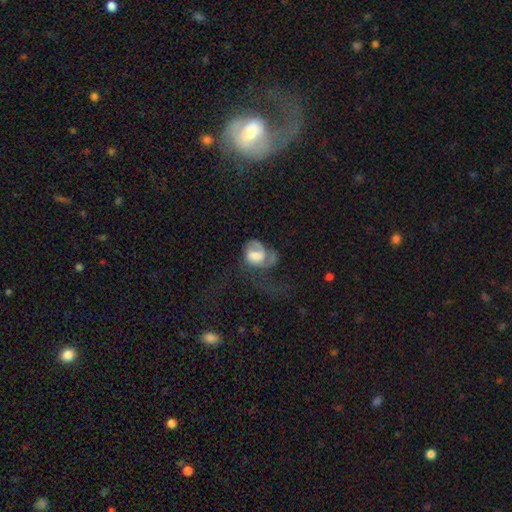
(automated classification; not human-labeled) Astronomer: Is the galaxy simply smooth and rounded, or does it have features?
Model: featured or disk — 48% (runner-up: smooth, 44%).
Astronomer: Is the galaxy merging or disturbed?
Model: major disturbance — 62%.